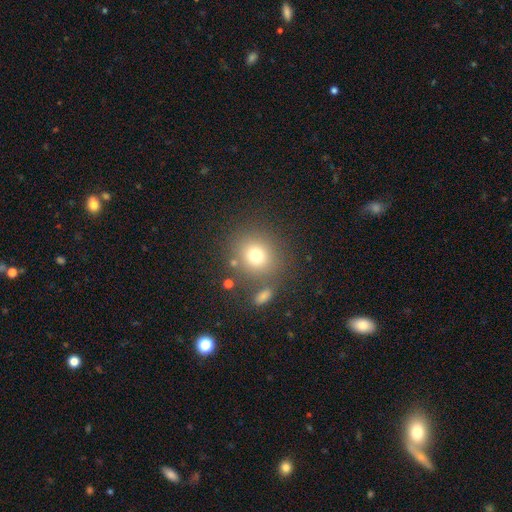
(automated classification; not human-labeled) This appears to be a smooth galaxy with no disk features (75%) that is round (83%). Merging: none (75%).